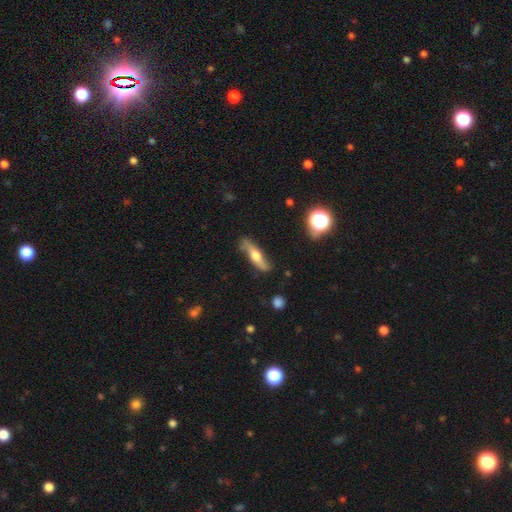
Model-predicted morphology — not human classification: smooth-or-featured: featured or disk: 54% | smooth: 39% | star or artifact: 7%
  disk-edge-on: yes: 73% | no: 27%
  merging: none: 76% | minor disturbance: 18% | major disturbance: 4% | merger: 2%